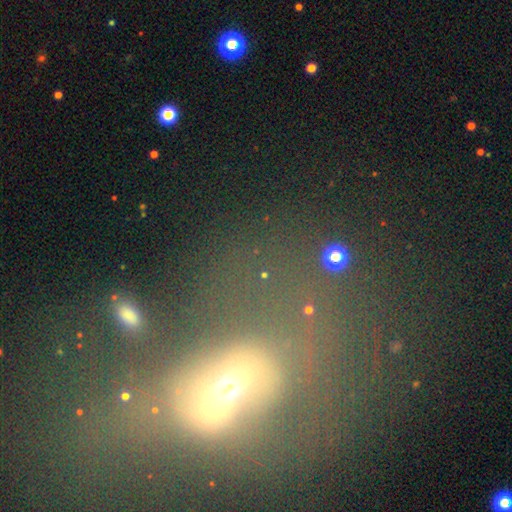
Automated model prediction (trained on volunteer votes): Smooth or featured?
  - featured or disk: 36% *
  - smooth: 35%
  - star or artifact: 28%
Merging?
  - none: 36% *
  - major disturbance: 34%
  - minor disturbance: 16%
  - merger: 14%